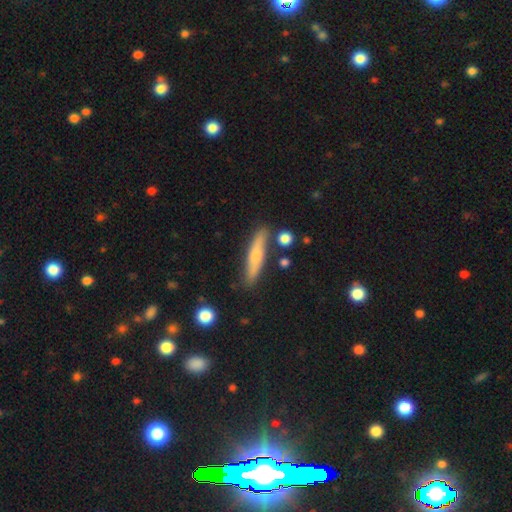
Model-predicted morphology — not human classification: A featured or disk galaxy (46%).

Vote fractions:
- Smooth or featured? featured or disk: 46% / smooth: 41% / star or artifact: 13%
- Merging? none: 80% / minor disturbance: 12% / merger: 5% / major disturbance: 3%